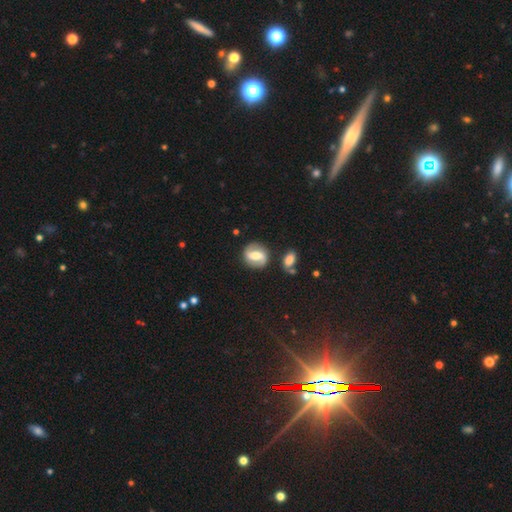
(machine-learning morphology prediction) type=featured or disk (71%); edge-on=no (96%); bar=strong (42%); spiral arms=yes (85%); winding=medium (43%); arm count=2 (90%); bulge=moderate (65%); merging=none (81%).